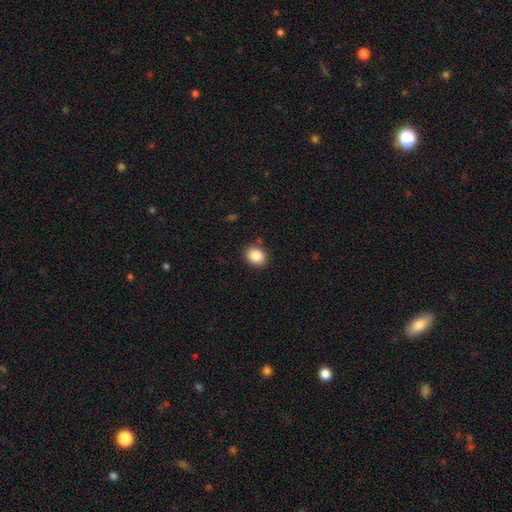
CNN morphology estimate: The model was most divided on "how rounded": round: 51%, in between: 48%, cigar-shaped: 1%. More confident: smooth or featured — smooth (88%); merging — none (87%).